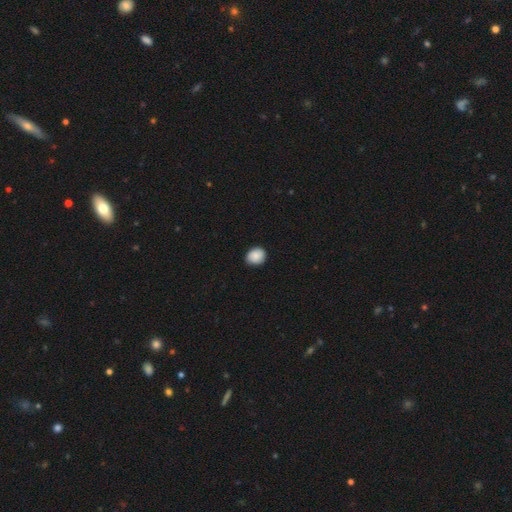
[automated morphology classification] The model was most divided on "how rounded": round: 61%, in between: 38%, cigar-shaped: 1%. More confident: smooth or featured — smooth (86%); merging — none (84%).